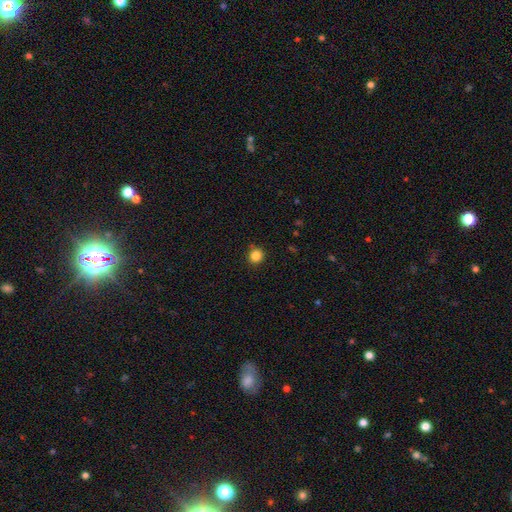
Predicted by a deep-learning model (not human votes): The model was most divided on "smooth or featured": smooth: 84%, star or artifact: 12%, featured or disk: 4%. More confident: how rounded — round (88%); merging — none (87%).